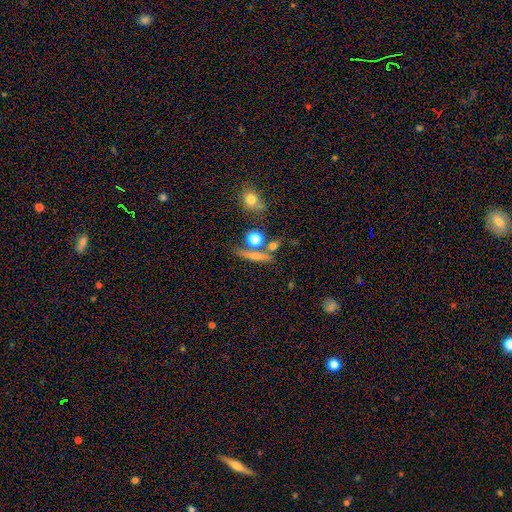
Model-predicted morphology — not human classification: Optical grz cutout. It shows a smooth galaxy with no disk features (48%). Merging: none (68%).